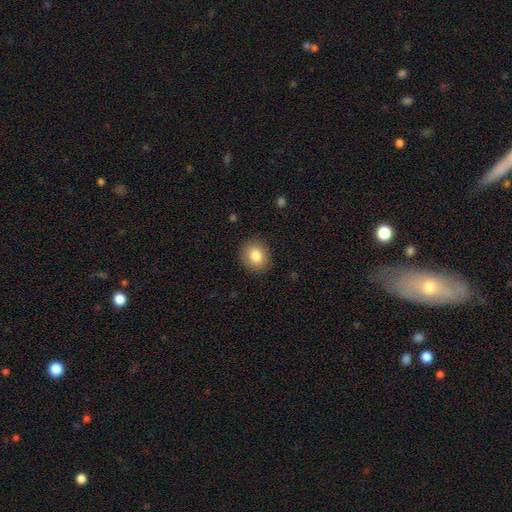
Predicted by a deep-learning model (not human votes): Smooth or featured?
  - smooth: 82% *
  - star or artifact: 9%
  - featured or disk: 9%
How rounded?
  - round: 72% *
  - in between: 27%
  - cigar-shaped: 1%
Merging?
  - none: 89% *
  - minor disturbance: 7%
  - major disturbance: 2%
  - merger: 1%